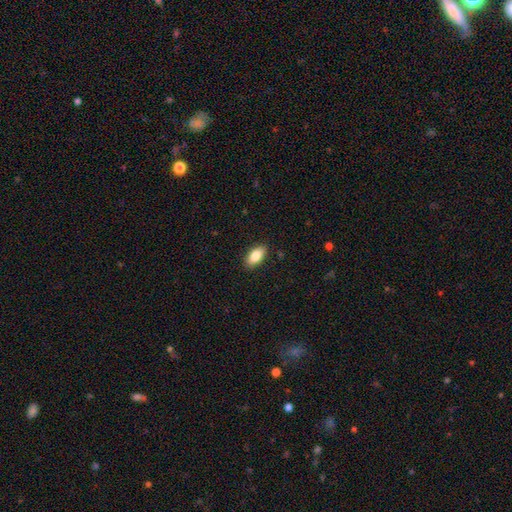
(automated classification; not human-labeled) smooth 83%, featured or disk 10%, star or artifact 7%. Down the decision tree: how rounded — in between (91%); merging — none (87%).